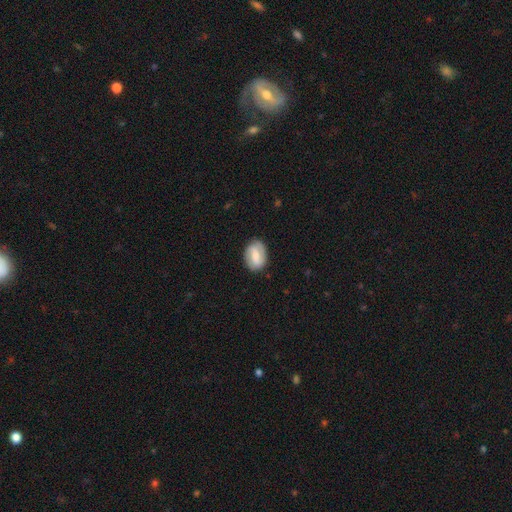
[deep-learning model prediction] smooth 47%, featured or disk 46%, star or artifact 7%. Down the decision tree: merging — none (83%).